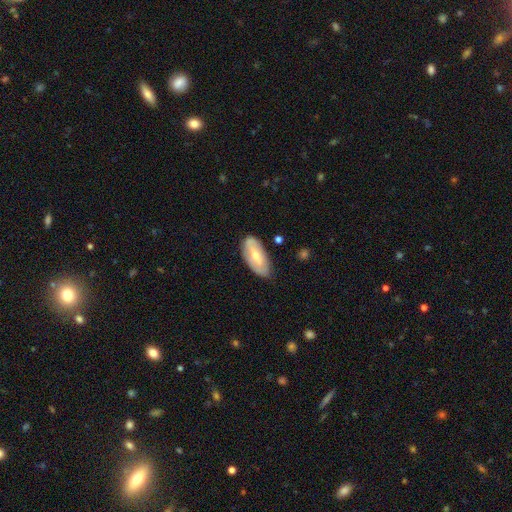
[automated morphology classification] This is possibly a featured or disk galaxy (48%). Merging: likely none (76%).